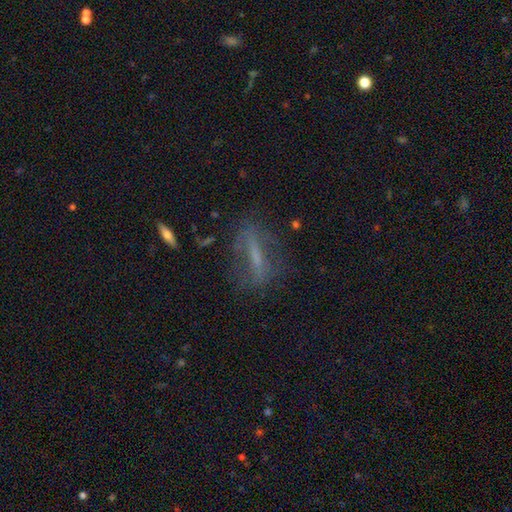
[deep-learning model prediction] smooth-or-featured: featured or disk: 49% | smooth: 34% | star or artifact: 18%
  merging: none: 69% | minor disturbance: 17% | major disturbance: 11% | merger: 3%